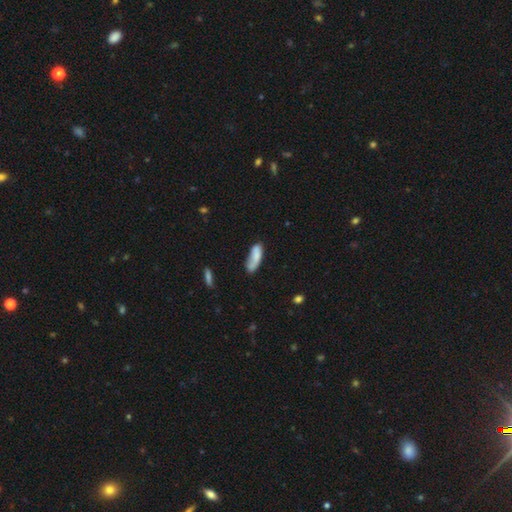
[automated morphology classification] smooth-or-featured: smooth: 75% | featured or disk: 18% | star or artifact: 7%
  how-rounded: in between: 55% | cigar-shaped: 43% | round: 2%
  merging: none: 52% | minor disturbance: 28% | major disturbance: 11% | merger: 9%